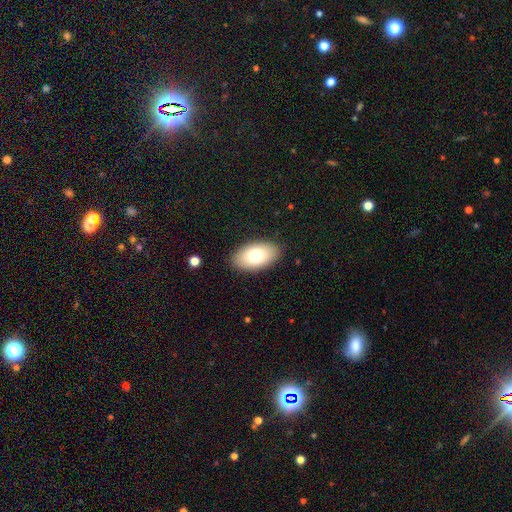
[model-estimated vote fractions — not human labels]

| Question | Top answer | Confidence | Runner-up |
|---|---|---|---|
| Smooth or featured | smooth | 75% | featured or disk (18%) |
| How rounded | in between | 94% | round (4%) |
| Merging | none | 88% | minor disturbance (9%) |